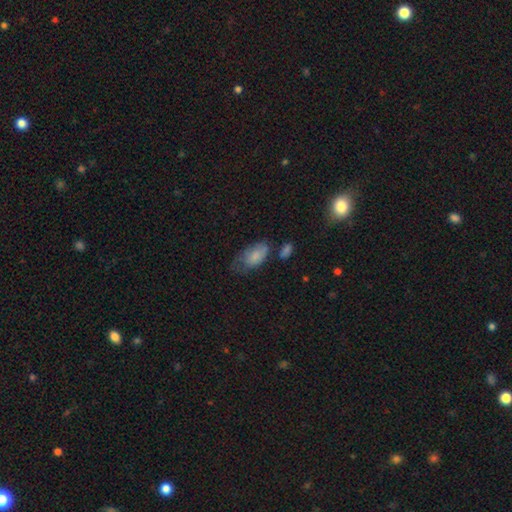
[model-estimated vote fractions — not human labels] A smooth galaxy with no disk features (77%) that is in between round and cigar-shaped (93%).

Vote fractions:
- Smooth or featured? smooth: 77% / featured or disk: 15% / star or artifact: 8%
- How rounded? in between: 93% / round: 4% / cigar-shaped: 3%
- Merging? none: 37% / minor disturbance: 35% / major disturbance: 20% / merger: 8%